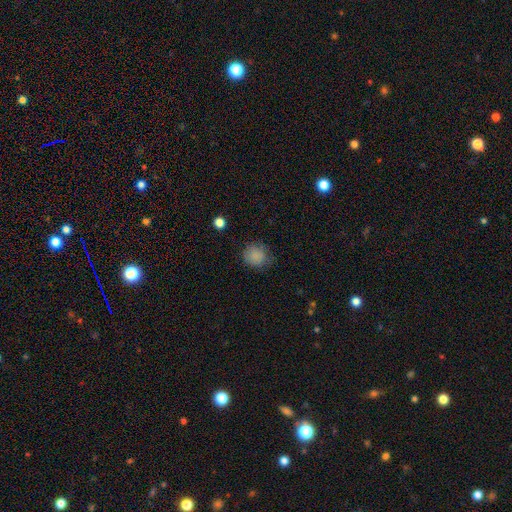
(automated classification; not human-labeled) Smooth or featured: smooth — 84% (star or artifact — 10%)
How rounded: round — 84% (in between — 15%)
Merging: none — 74% (minor disturbance — 19%)